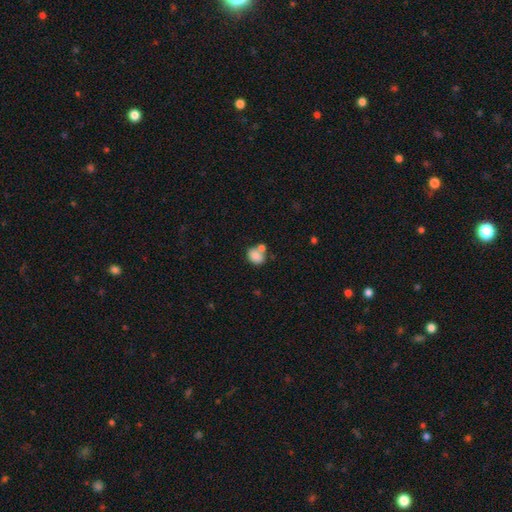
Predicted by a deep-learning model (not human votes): smooth_or_featured: smooth (p=0.82) [alt: featured or disk p=0.09]
how_rounded: in between (p=0.62) [alt: round p=0.37]
merging: none (p=0.45) [alt: merger p=0.37]